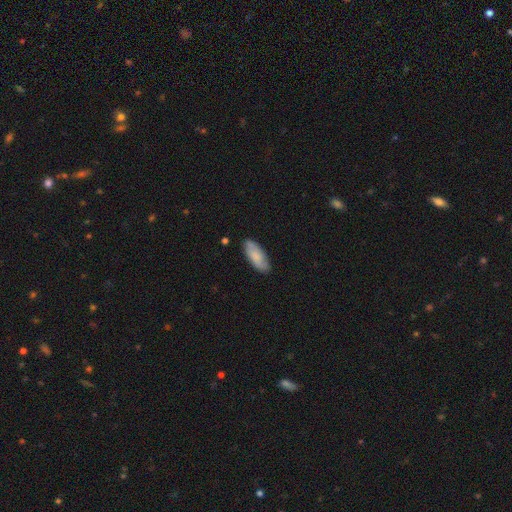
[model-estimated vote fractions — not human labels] smooth-or-featured: smooth: 72% | featured or disk: 22% | star or artifact: 6%
  how-rounded: in between: 79% | cigar-shaped: 19% | round: 2%
  merging: none: 83% | minor disturbance: 14% | major disturbance: 2% | merger: 1%